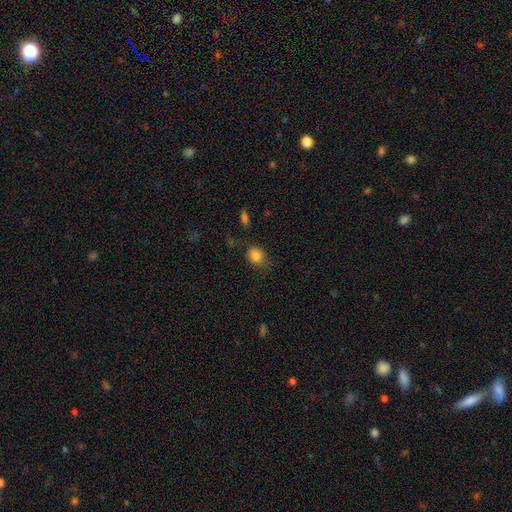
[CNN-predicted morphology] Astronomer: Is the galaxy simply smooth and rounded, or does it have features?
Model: smooth — 84%.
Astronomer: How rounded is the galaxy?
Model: round — 52% (runner-up: in between, 47%).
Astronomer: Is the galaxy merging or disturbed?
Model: none — 71%.